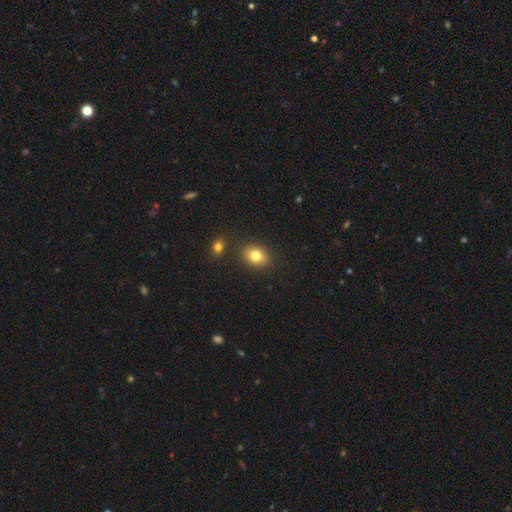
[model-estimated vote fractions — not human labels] Smooth or featured?
  - smooth: 81% *
  - star or artifact: 10%
  - featured or disk: 9%
How rounded?
  - in between: 55% *
  - round: 44%
  - cigar-shaped: 1%
Merging?
  - none: 84% *
  - minor disturbance: 9%
  - merger: 5%
  - major disturbance: 3%